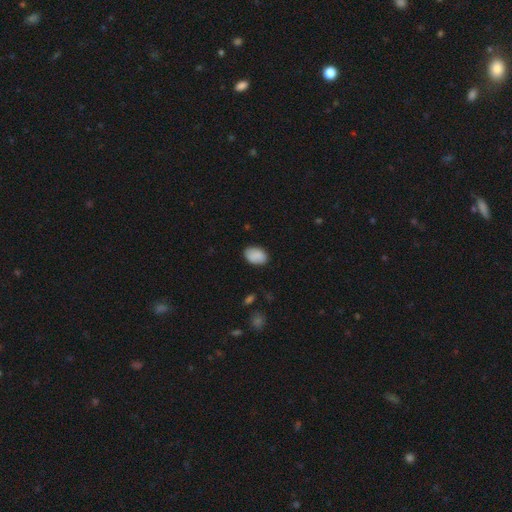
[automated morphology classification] smooth-or-featured: smooth: 88% | star or artifact: 7% | featured or disk: 5%
  how-rounded: in between: 84% | round: 15% | cigar-shaped: 1%
  merging: none: 83% | minor disturbance: 13% | major disturbance: 3% | merger: 1%